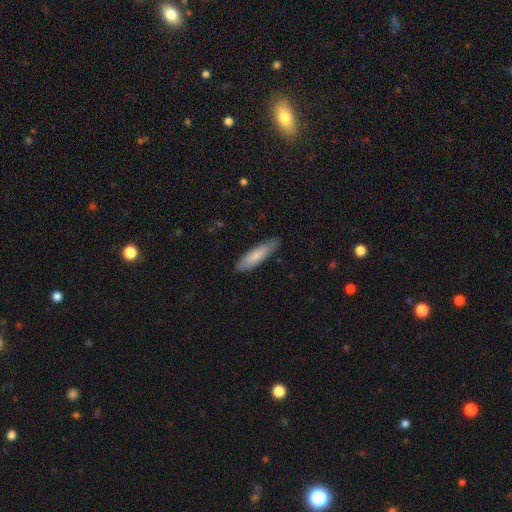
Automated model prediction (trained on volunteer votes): smooth-or-featured: smooth: 81% | featured or disk: 14% | star or artifact: 5%
  how-rounded: cigar-shaped: 72% | in between: 26% | round: 1%
  merging: none: 87% | minor disturbance: 10% | major disturbance: 2% | merger: 1%